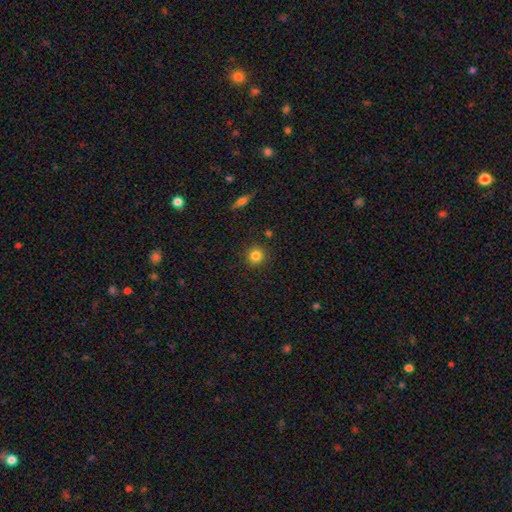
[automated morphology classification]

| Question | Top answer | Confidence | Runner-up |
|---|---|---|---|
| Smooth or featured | smooth | 83% | star or artifact (11%) |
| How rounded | round | 92% | in between (7%) |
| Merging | none | 89% | minor disturbance (7%) |